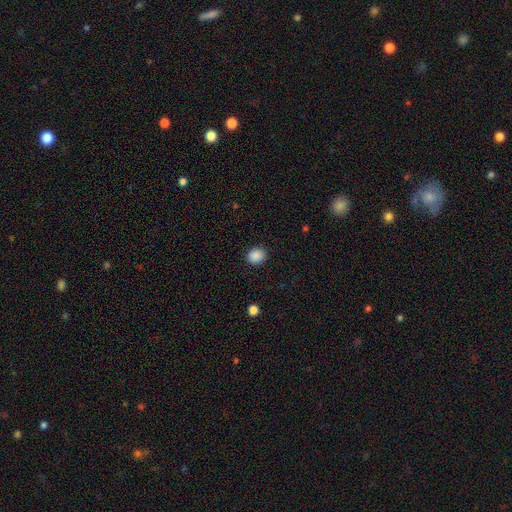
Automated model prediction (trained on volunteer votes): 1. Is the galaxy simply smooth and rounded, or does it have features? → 89% smooth, 9% star or artifact, 2% featured or disk.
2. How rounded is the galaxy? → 62% round, 37% in between, 1% cigar-shaped.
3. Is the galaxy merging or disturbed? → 90% none, 7% minor disturbance, 2% major disturbance, 1% merger.